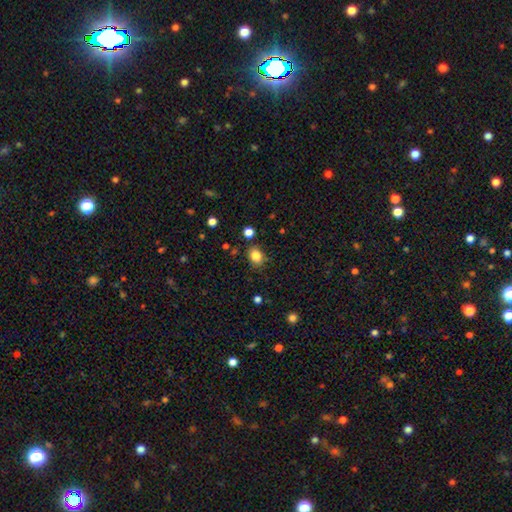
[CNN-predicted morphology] type=smooth (84%); roundness=in between (63%); merging=none (81%).